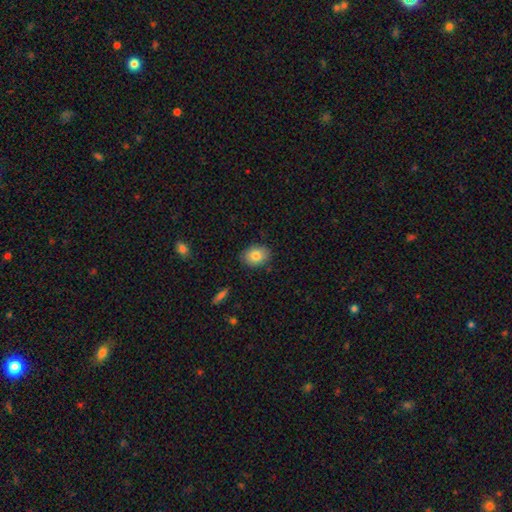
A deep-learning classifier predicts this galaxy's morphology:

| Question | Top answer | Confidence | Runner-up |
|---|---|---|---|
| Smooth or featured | smooth | 82% | featured or disk (10%) |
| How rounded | in between | 66% | round (33%) |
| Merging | none | 87% | minor disturbance (10%) |